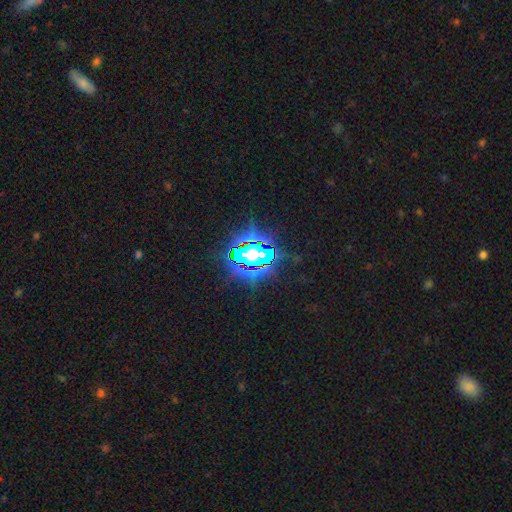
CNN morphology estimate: smooth-or-featured: star or artifact: 81% | smooth: 11% | featured or disk: 9%